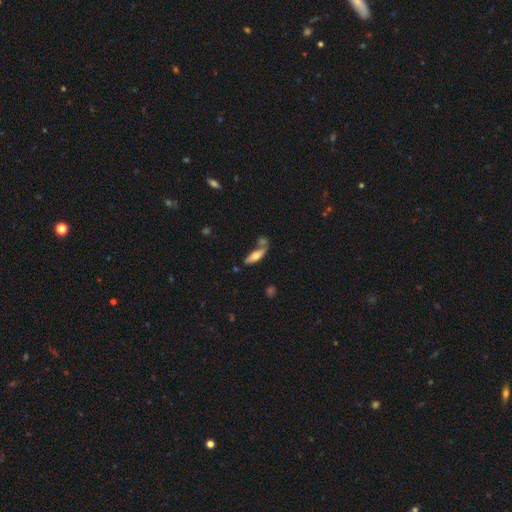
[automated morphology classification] Smooth or featured? Predicted: smooth (p=0.65). How rounded? Predicted: in between (p=0.55). Merging? Predicted: none (p=0.51).